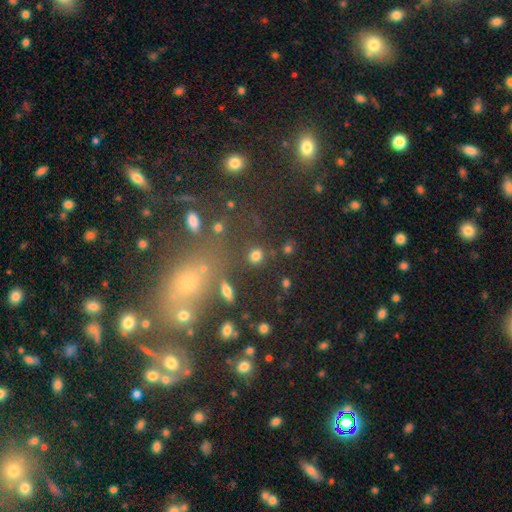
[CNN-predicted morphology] Smooth or featured? Predicted: smooth (p=0.79). How rounded? Predicted: round (p=0.79). Merging? Predicted: none (p=0.81).